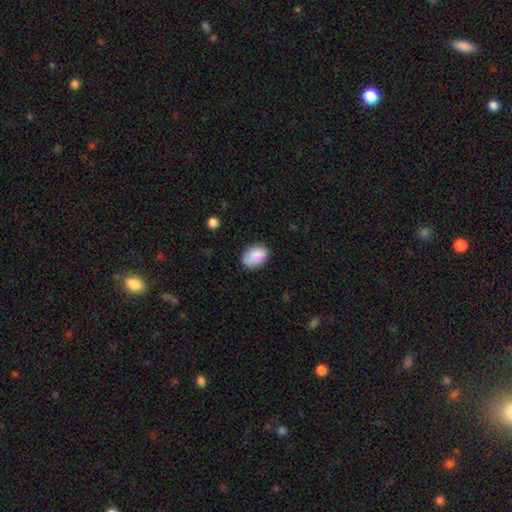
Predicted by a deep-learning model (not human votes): Morphology: type=smooth (89%); roundness=in between (88%); merging=none (81%).